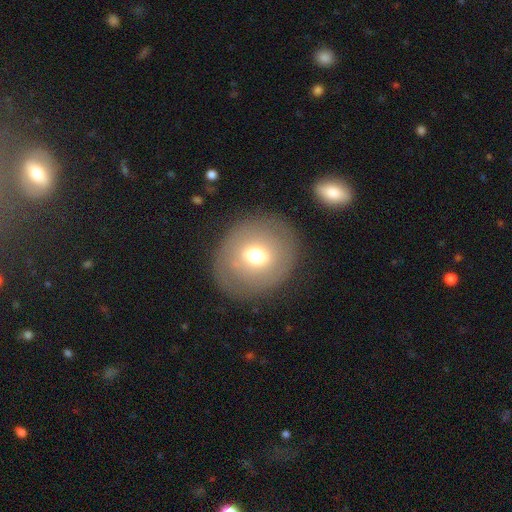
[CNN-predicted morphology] This is possibly a smooth galaxy (58%). How rounded: likely round (79%). Merging: clearly none (83%).